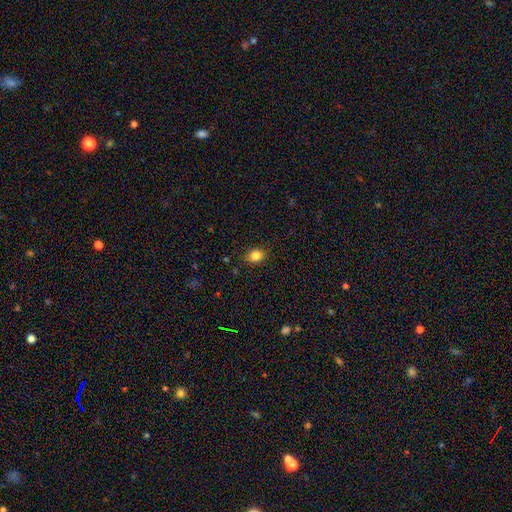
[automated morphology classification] This appears to be a smooth galaxy with no disk features (84%) that is in between round and cigar-shaped (60%). Merging: none (87%).